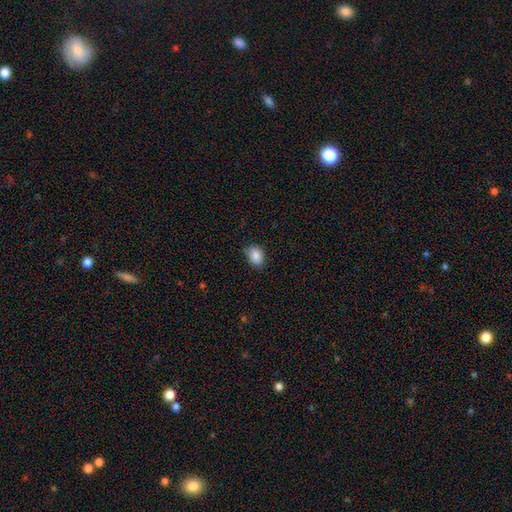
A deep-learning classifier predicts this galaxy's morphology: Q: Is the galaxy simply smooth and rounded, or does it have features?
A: smooth — 87%.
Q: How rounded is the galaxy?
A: in between — 70%.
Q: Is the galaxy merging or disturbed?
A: none — 74%.